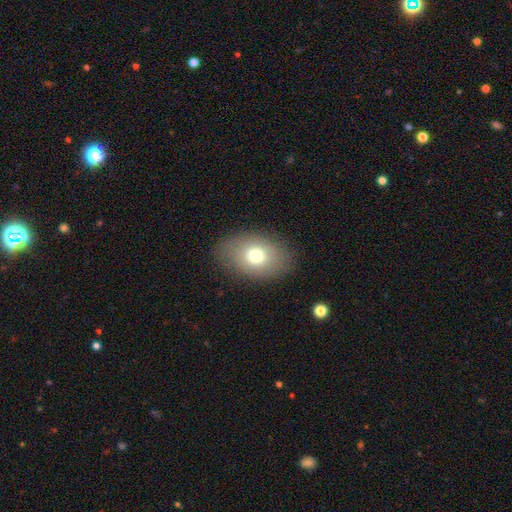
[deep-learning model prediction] Smooth or featured?
  - smooth: 74% *
  - featured or disk: 15%
  - star or artifact: 10%
How rounded?
  - in between: 79% *
  - round: 20%
  - cigar-shaped: 1%
Merging?
  - none: 84% *
  - minor disturbance: 10%
  - major disturbance: 4%
  - merger: 1%